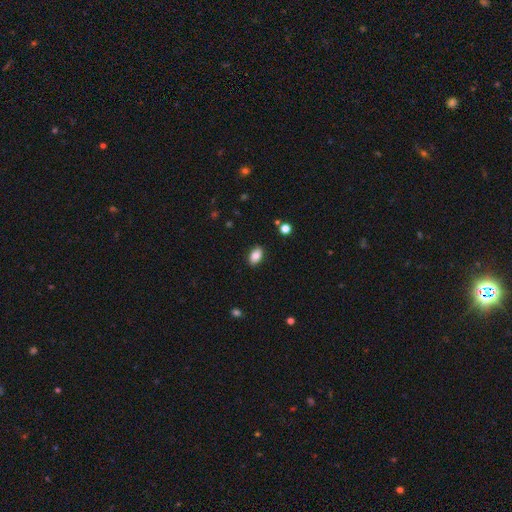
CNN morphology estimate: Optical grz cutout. It shows a smooth galaxy with no disk features (84%) that is in between round and cigar-shaped (89%). Merging: none (89%).